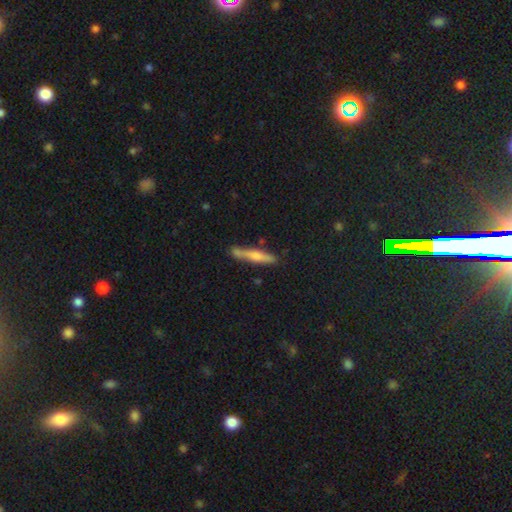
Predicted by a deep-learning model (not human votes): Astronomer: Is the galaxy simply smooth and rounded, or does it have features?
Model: smooth — 57% (runner-up: featured or disk, 37%).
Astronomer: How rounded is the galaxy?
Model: cigar-shaped — 92%.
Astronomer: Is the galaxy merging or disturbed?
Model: none — 76%.